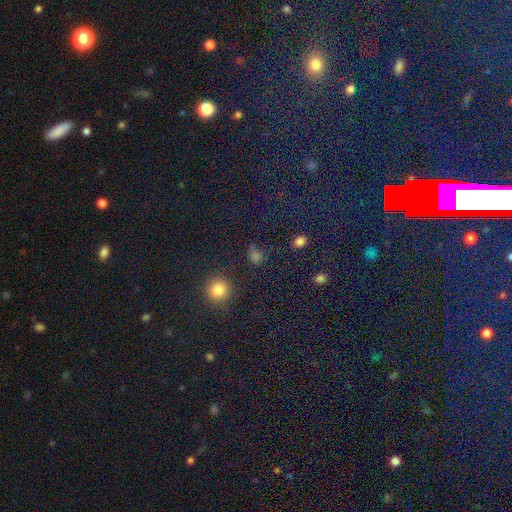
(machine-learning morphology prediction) type=smooth (70%); roundness=round (76%); merging=none (81%).